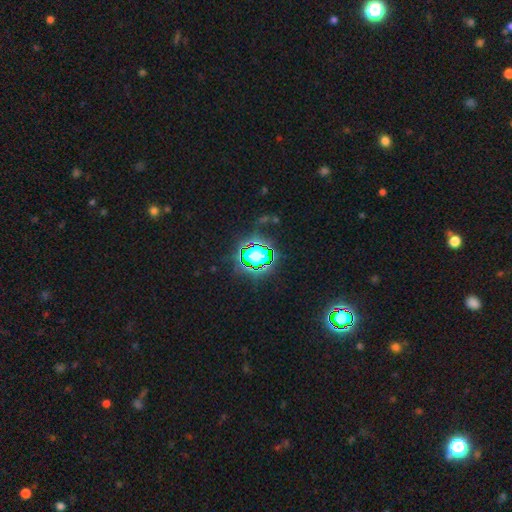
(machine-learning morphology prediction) smooth_or_featured: star or artifact (p=0.70) [alt: smooth p=0.18]